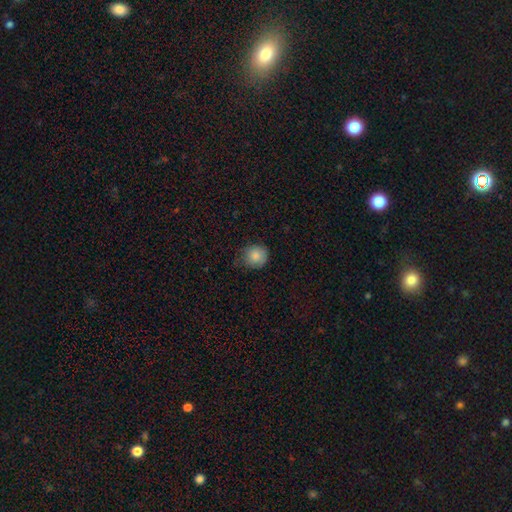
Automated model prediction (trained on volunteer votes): Q: Smooth or featured?
A: smooth (84%); runner-up: star or artifact (9%)
Q: How rounded?
A: round (82%); runner-up: in between (17%)
Q: Merging?
A: none (57%); runner-up: minor disturbance (34%)